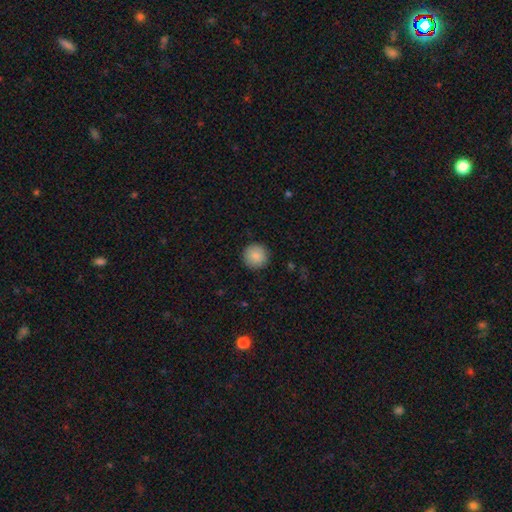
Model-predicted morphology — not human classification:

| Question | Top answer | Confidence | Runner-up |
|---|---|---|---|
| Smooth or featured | smooth | 88% | star or artifact (8%) |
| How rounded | round | 95% | in between (4%) |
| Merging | none | 91% | minor disturbance (6%) |